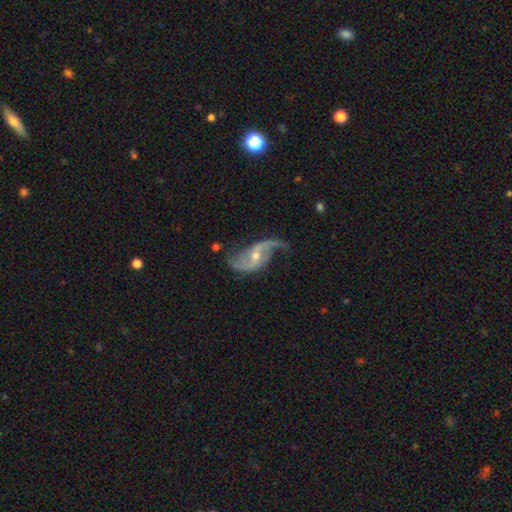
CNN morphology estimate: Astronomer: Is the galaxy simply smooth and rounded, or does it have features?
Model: featured or disk — 90%.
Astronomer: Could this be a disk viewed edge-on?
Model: no — 96%.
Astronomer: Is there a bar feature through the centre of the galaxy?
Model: no — 44% (runner-up: weak, 38%).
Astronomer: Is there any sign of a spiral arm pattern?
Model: yes — 96%.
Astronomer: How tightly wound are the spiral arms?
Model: loose — 81%.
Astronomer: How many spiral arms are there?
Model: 2 — 91%.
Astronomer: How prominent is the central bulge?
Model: small — 55% (runner-up: moderate, 41%).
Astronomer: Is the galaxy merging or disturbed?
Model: none — 64%.